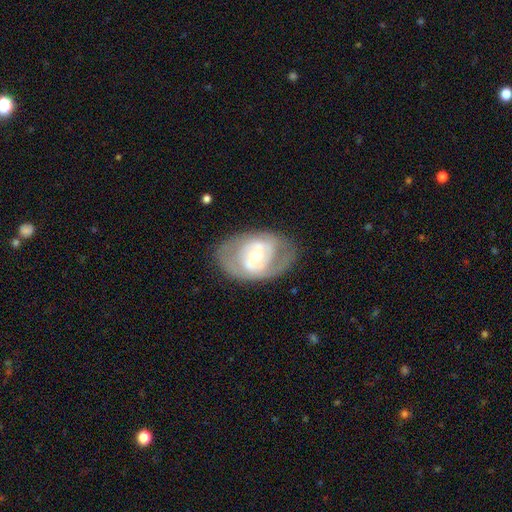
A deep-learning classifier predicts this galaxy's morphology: type=featured or disk (70%); edge-on=no (94%); bar=weak (39%); spiral arms=yes (60%); bulge=moderate (57%); merging=none (71%).